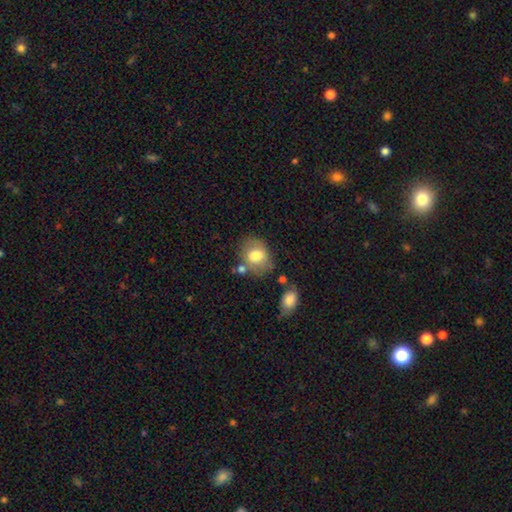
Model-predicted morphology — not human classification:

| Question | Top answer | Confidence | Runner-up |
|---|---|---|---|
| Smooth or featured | smooth | 71% | featured or disk (21%) |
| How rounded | round | 51% | in between (48%) |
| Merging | none | 63% | minor disturbance (19%) |